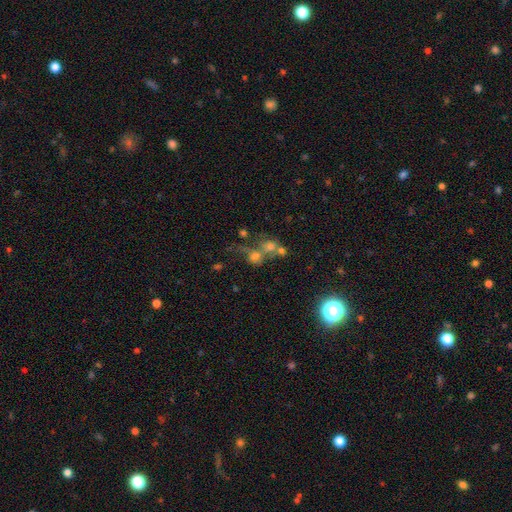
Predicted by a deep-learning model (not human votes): A smooth galaxy with no disk features (44%). Merging: merger (49%).